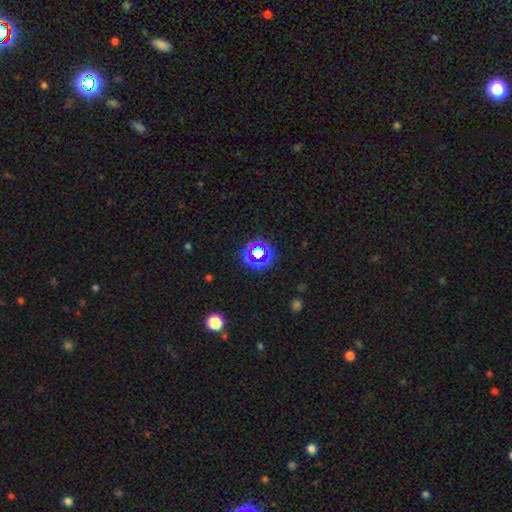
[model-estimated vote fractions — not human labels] Smooth or featured: star or artifact — 56% (smooth — 33%)